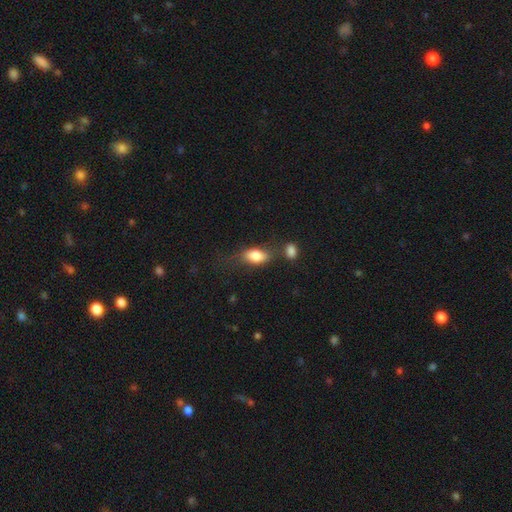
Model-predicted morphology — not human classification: A smooth galaxy with no disk features (81%) that is in between round and cigar-shaped (86%). Merging: none (52%).